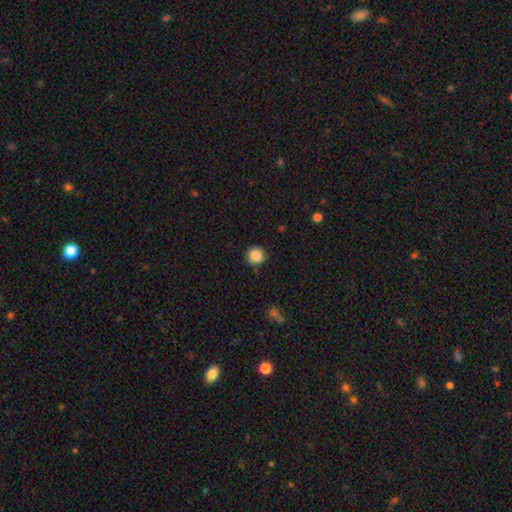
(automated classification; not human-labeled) A smooth galaxy with no disk features (87%) that is round (92%). Merging: none (86%).